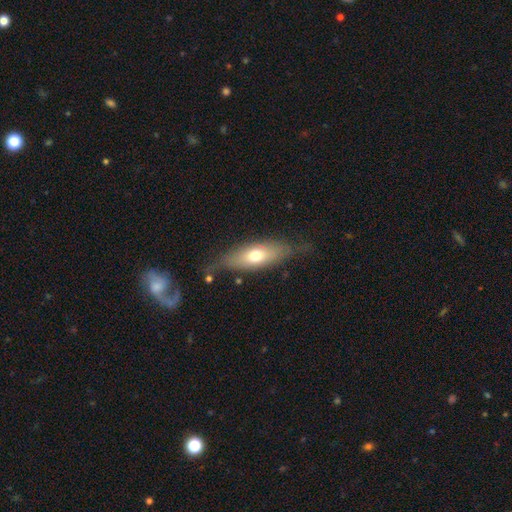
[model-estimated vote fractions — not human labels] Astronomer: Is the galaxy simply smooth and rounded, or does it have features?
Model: smooth — 60%.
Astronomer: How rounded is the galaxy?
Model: in between — 64%.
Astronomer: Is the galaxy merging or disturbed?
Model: none — 66%.